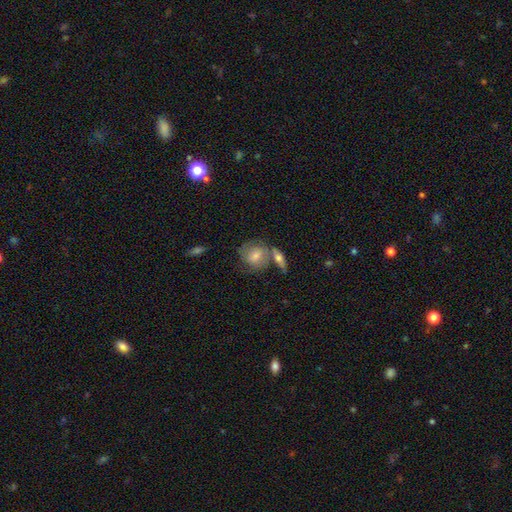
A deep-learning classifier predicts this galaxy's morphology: type=featured or disk (45%); merging=none (50%).